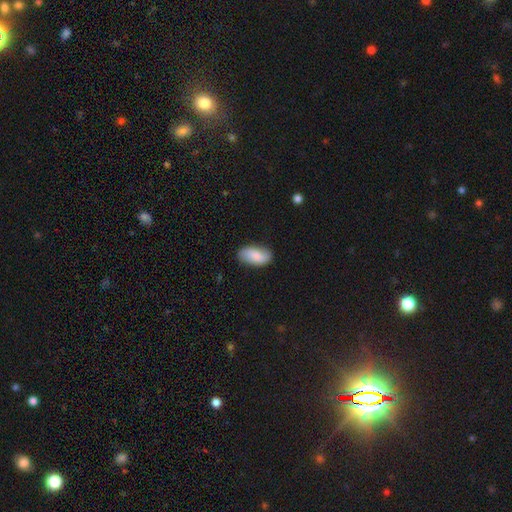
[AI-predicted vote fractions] Smooth or featured?
  - smooth: 76% *
  - featured or disk: 17%
  - star or artifact: 6%
How rounded?
  - in between: 94% *
  - cigar-shaped: 4%
  - round: 3%
Merging?
  - none: 78% *
  - minor disturbance: 17%
  - major disturbance: 4%
  - merger: 1%